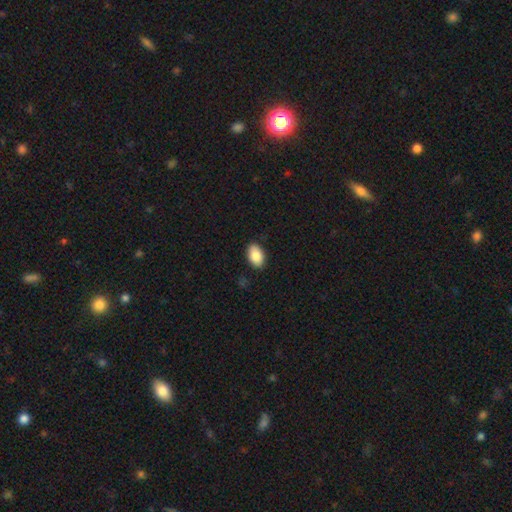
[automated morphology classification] type=smooth (87%); roundness=in between (91%); merging=none (87%).